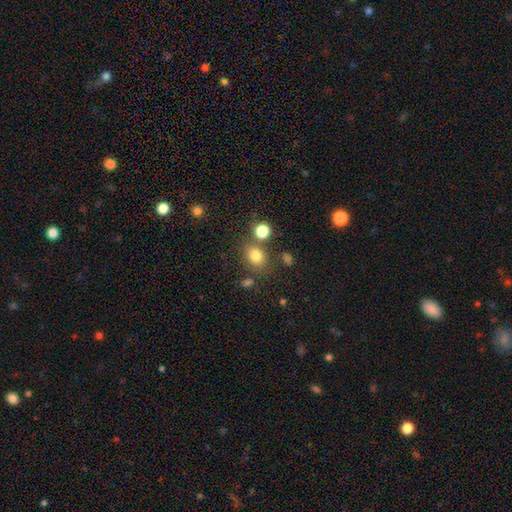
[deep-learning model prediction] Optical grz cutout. It shows a smooth galaxy with no disk features (78%) that is round (58%). Merging: none (71%).